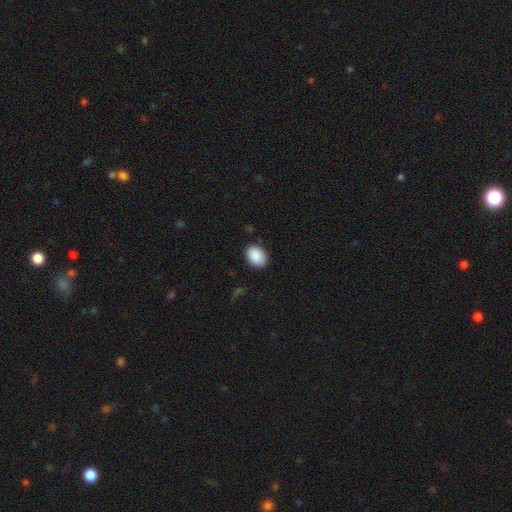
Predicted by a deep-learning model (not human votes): A smooth galaxy with no disk features (90%) that is in between round and cigar-shaped (72%). Merging: none (86%).